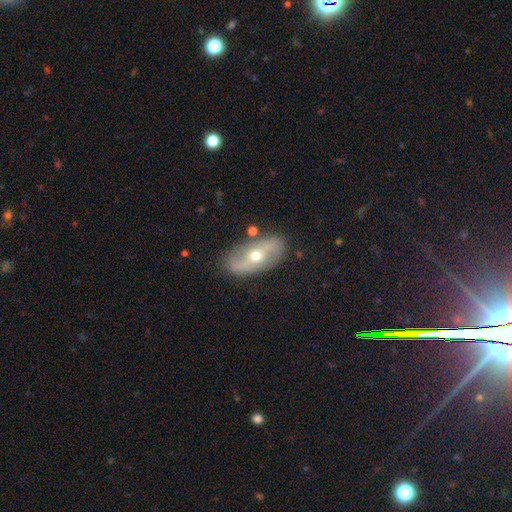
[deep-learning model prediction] The model was most divided on "bar": no: 48%, weak: 30%, strong: 22%. More confident: edge-on disk — no (88%); merging — none (82%); smooth or featured — featured or disk (66%); bulge size — moderate (64%); spiral arms — yes (64%).